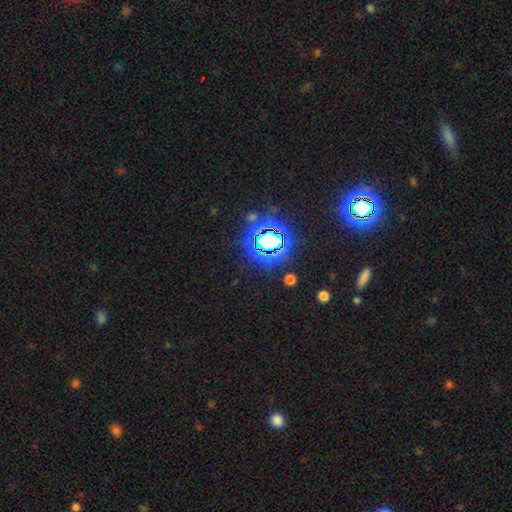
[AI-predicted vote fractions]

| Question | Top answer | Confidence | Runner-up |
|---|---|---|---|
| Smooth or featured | star or artifact | 83% | smooth (11%) |